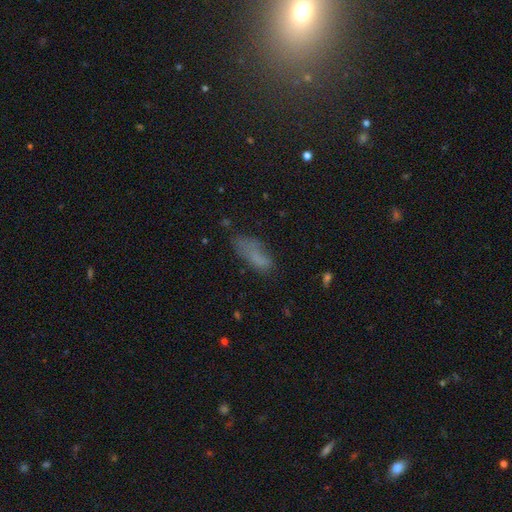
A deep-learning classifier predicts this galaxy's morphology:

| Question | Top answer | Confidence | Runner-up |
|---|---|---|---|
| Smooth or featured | smooth | 70% | featured or disk (15%) |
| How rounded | in between | 66% | cigar-shaped (31%) |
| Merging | none | 52% | minor disturbance (27%) |